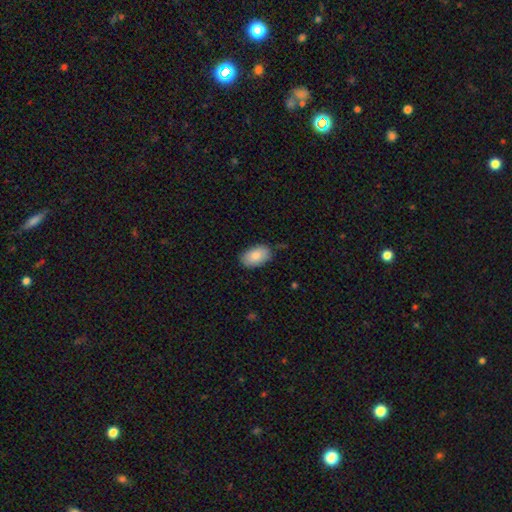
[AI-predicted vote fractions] Smooth or featured? Predicted: smooth (p=0.85). How rounded? Predicted: in between (p=0.93). Merging? Predicted: none (p=0.79).